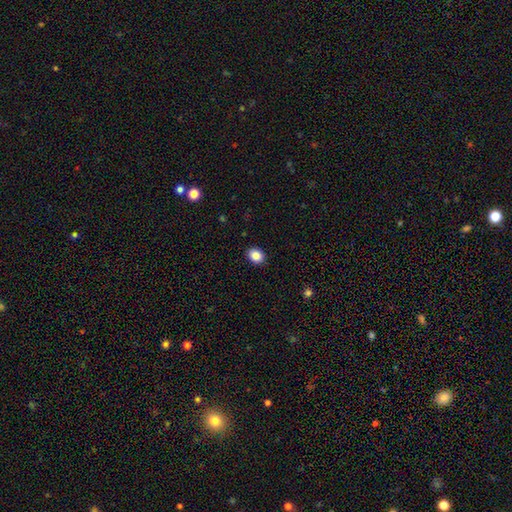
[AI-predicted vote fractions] This appears to be a smooth galaxy with no disk features (87%) that is in between round and cigar-shaped (57%). Merging: none (90%).